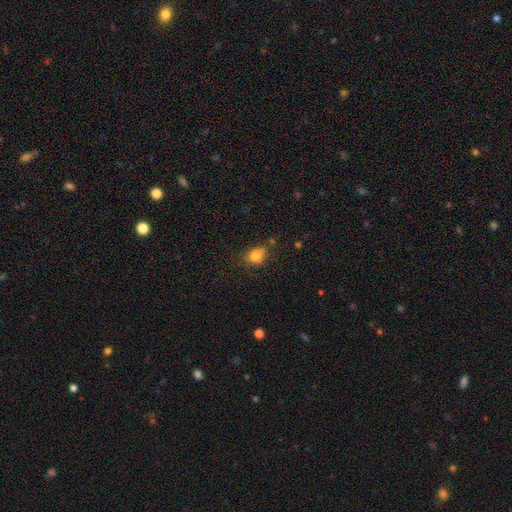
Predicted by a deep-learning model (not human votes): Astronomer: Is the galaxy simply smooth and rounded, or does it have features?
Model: smooth — 80%.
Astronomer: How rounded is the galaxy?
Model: in between — 62%.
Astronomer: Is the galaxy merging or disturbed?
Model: none — 60%.